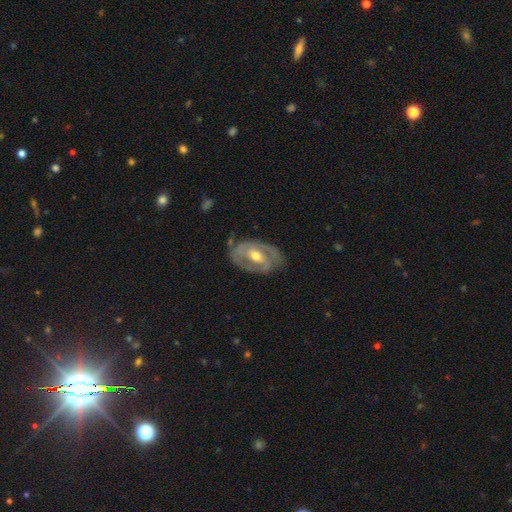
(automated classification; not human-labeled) Smooth or featured? featured or disk (80%)
Edge-on disk? no (94%)
Bar? weak (40%)
Spiral arms? yes (79%)
Spiral winding? tight (50%)
Spiral arm count? 2 (73%)
Bulge size? moderate (70%)
Merging? none (75%)